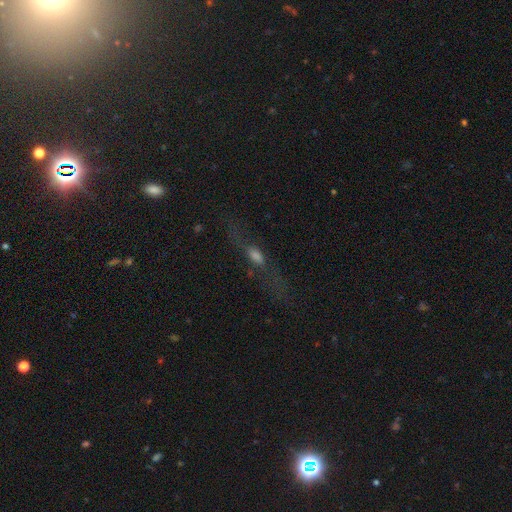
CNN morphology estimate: smooth-or-featured: featured or disk: 50% | smooth: 34% | star or artifact: 16%
  merging: none: 60% | major disturbance: 19% | minor disturbance: 17% | merger: 4%